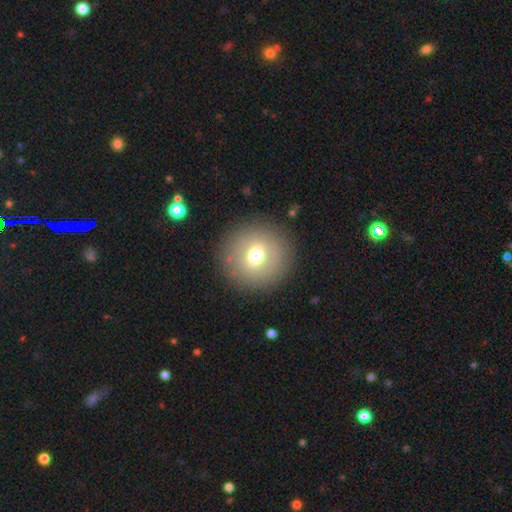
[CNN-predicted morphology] Overall: smooth (62%; featured or disk 27%). How rounded: round (91%). Merging: none (88%).